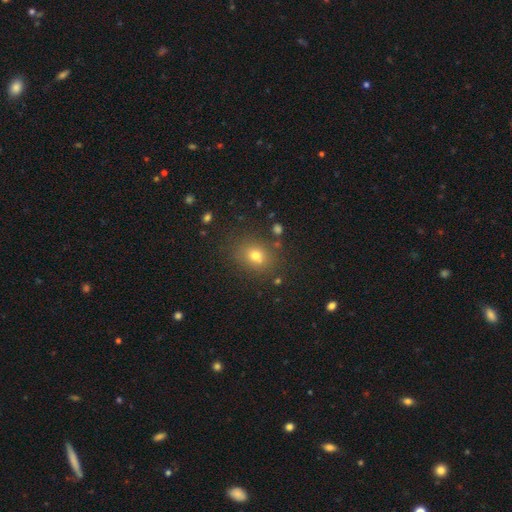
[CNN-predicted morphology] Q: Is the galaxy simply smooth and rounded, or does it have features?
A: smooth — 72%.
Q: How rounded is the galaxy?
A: round — 53%.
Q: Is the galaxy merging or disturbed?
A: none — 80%.